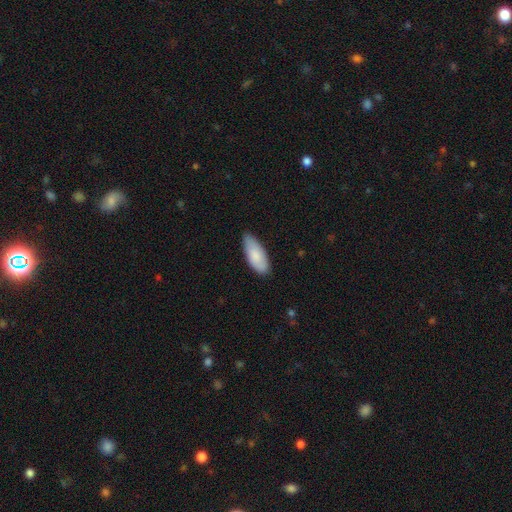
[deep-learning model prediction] Morphology: type=smooth (84%); roundness=in between (84%); merging=none (75%).